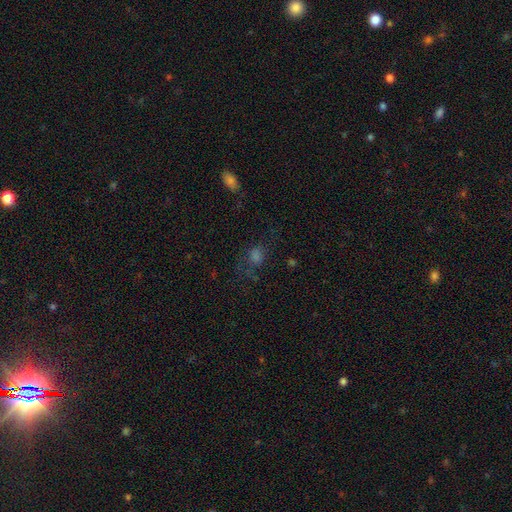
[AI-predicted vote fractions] Overall: smooth (51%; star or artifact 30%). How rounded: round (49%; in between 48%). Merging: none (52%; major disturbance 26%).